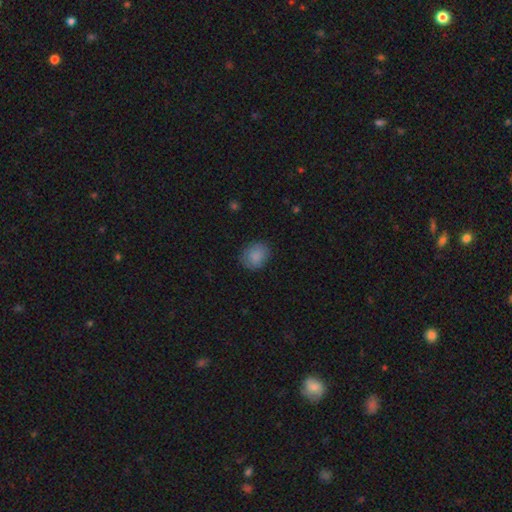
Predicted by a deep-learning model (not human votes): Morphology: type=smooth (87%); roundness=round (64%); merging=none (82%).